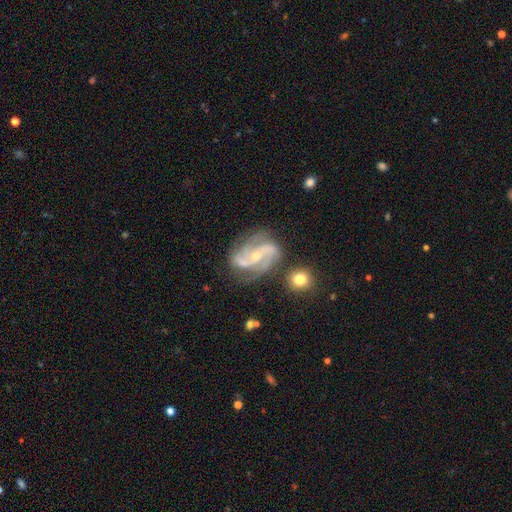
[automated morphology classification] smooth_or_featured: featured or disk (p=0.90) [alt: star or artifact p=0.06]
disk_edge_on: no (p=0.97) [alt: yes p=0.03]
bar: no (p=0.43) [alt: weak p=0.34]
has_spiral_arms: yes (p=0.98) [alt: no p=0.02]
spiral_winding: medium (p=0.53) [alt: tight p=0.27]
spiral_arm_count: 2 (p=0.47) [alt: 3 p=0.34]
bulge_size: small (p=0.59) [alt: moderate p=0.38]
merging: none (p=0.67) [alt: minor disturbance p=0.20]